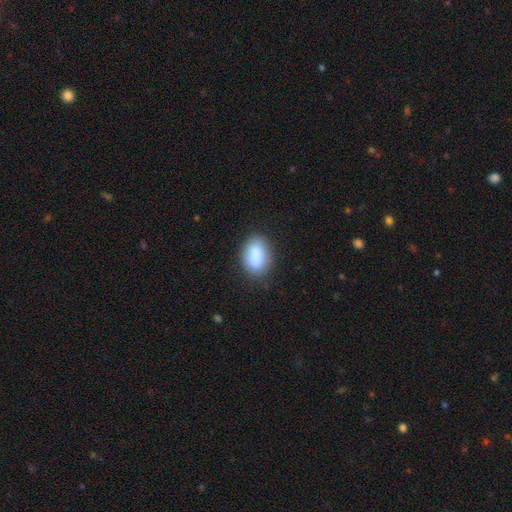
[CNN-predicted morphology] Smooth or featured: smooth — 85% (star or artifact — 7%)
How rounded: in between — 85% (round — 13%)
Merging: none — 79% (minor disturbance — 14%)